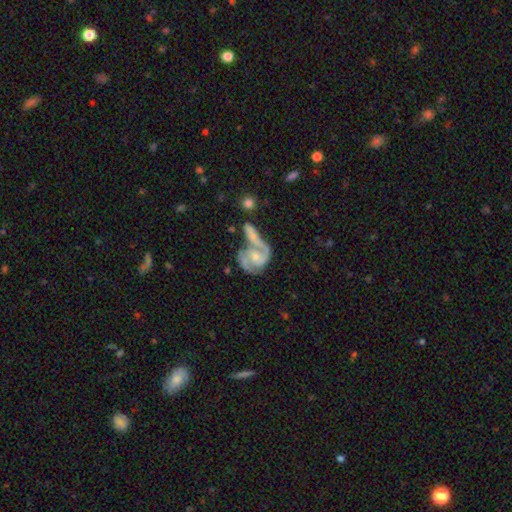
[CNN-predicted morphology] smooth_or_featured: featured or disk (p=0.80) [alt: smooth p=0.14]
disk_edge_on: no (p=0.97) [alt: yes p=0.03]
bar: no (p=0.63) [alt: weak p=0.30]
has_spiral_arms: yes (p=0.91) [alt: no p=0.09]
spiral_winding: medium (p=0.49) [alt: tight p=0.31]
spiral_arm_count: 2 (p=0.70) [alt: can't tell p=0.10]
bulge_size: small (p=0.49) [alt: moderate p=0.39]
merging: merger (p=0.43) [alt: none p=0.28]